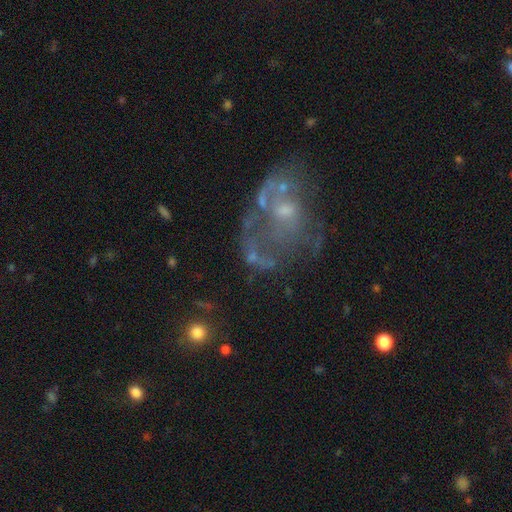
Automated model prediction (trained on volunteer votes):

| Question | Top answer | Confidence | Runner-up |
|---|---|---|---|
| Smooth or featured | featured or disk | 58% | smooth (23%) |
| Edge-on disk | no | 97% | yes (3%) |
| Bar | no | 80% | weak (16%) |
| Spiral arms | no | 71% | yes (29%) |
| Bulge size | small | 40% | none (28%) |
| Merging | major disturbance | 36% | none (33%) |